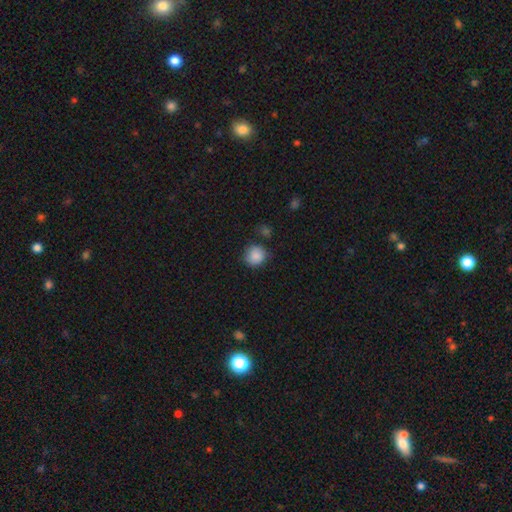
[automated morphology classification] Smooth or featured? smooth (87%)
How rounded? round (86%)
Merging? none (76%)